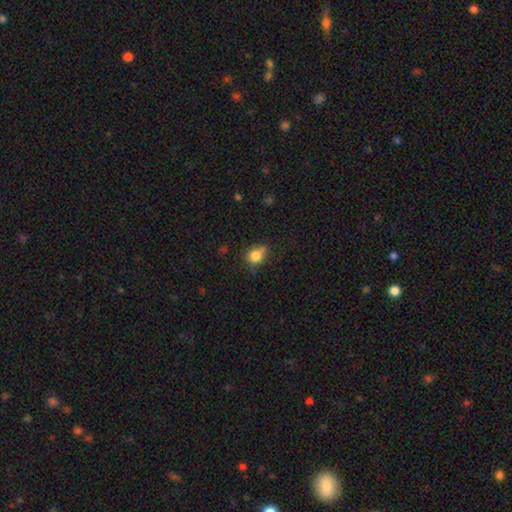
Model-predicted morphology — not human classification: Smooth or featured? smooth (80%)
How rounded? round (73%)
Merging? none (56%)